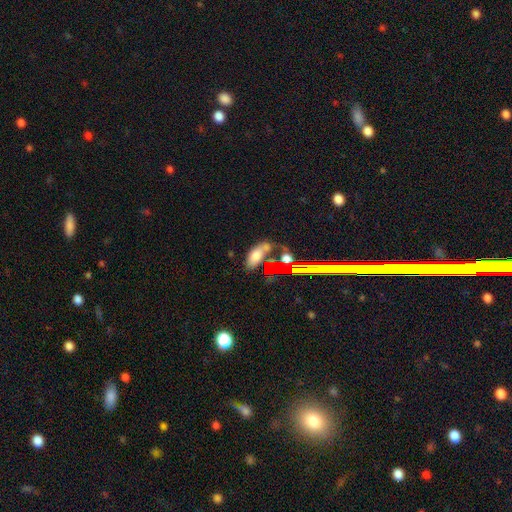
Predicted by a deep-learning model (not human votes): Q: Smooth or featured?
A: smooth (57%); runner-up: featured or disk (23%)
Q: How rounded?
A: in between (88%); runner-up: cigar-shaped (7%)
Q: Merging?
A: none (33%); runner-up: merger (31%)